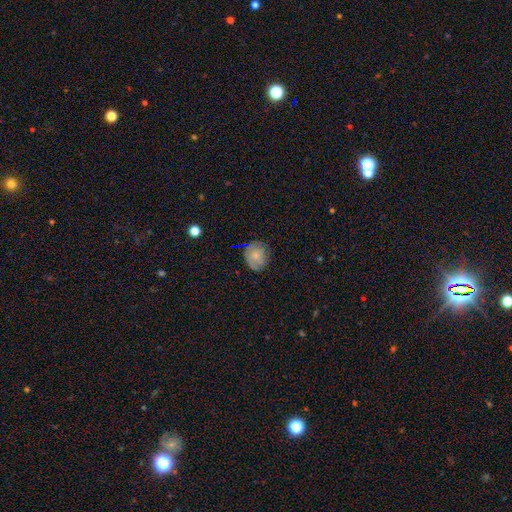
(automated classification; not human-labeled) smooth-or-featured: smooth: 72% | featured or disk: 18% | star or artifact: 10%
  how-rounded: round: 72% | in between: 27% | cigar-shaped: 1%
  merging: none: 72% | minor disturbance: 21% | major disturbance: 5% | merger: 2%